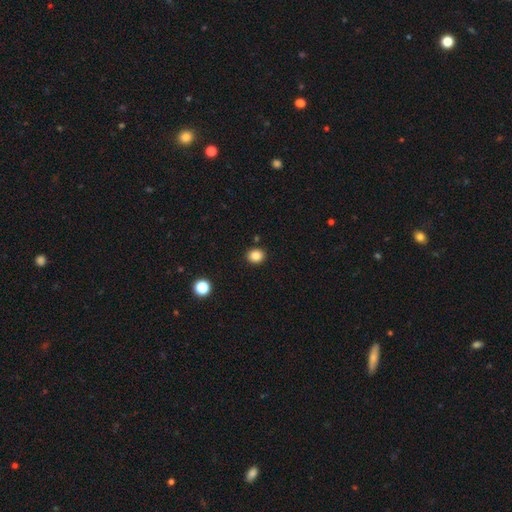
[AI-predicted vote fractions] This is clearly a smooth galaxy (85%). How rounded: likely round (71%). Merging: clearly none (90%).